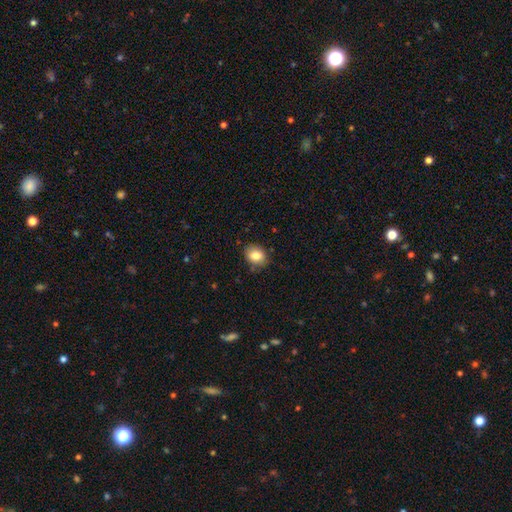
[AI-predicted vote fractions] The model was most divided on "how rounded": in between: 51%, round: 48%, cigar-shaped: 1%. More confident: smooth or featured — smooth (83%); merging — none (82%).